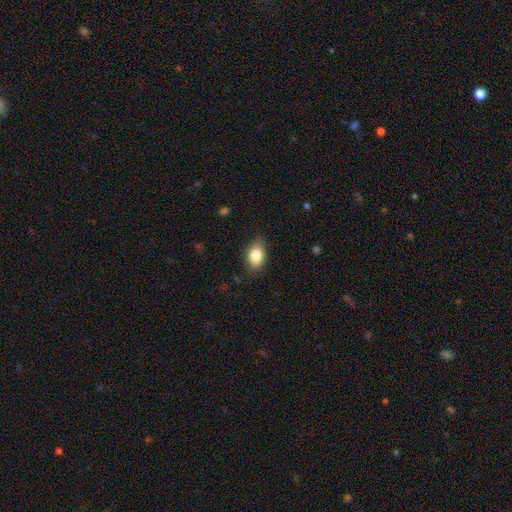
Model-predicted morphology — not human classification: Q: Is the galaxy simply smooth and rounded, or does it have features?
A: smooth — 83%.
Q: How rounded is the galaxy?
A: in between — 86%.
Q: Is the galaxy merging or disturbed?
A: none — 81%.